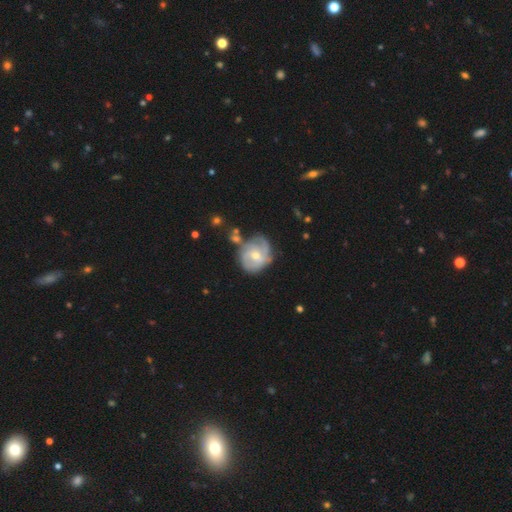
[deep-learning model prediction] Morphology: type=featured or disk (76%); edge-on=no (98%); bar=no (49%); spiral arms=yes (90%); winding=tight (49%); arm count=2 (37%); bulge=moderate (51%); merging=none (55%).